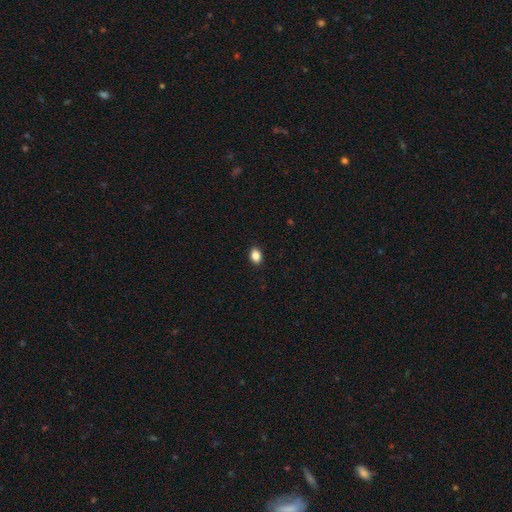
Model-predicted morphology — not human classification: Smooth or featured: smooth — 87% (star or artifact — 9%)
How rounded: in between — 76% (round — 23%)
Merging: none — 90% (minor disturbance — 8%)